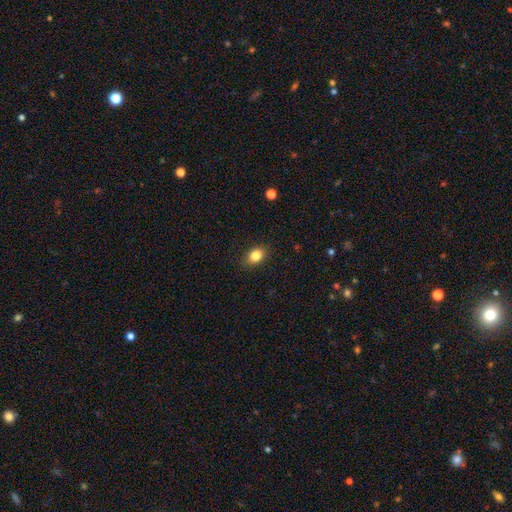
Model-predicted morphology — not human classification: Smooth or featured: smooth — 84% (star or artifact — 9%)
How rounded: in between — 77% (round — 21%)
Merging: none — 87% (minor disturbance — 9%)